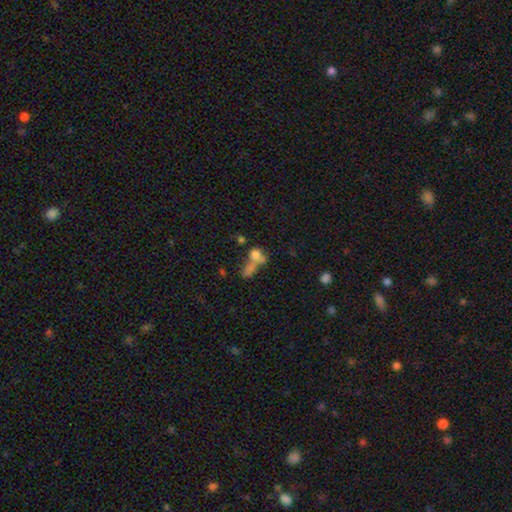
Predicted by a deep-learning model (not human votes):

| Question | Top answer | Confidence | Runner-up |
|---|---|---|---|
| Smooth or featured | smooth | 66% | featured or disk (20%) |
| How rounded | in between | 50% | round (44%) |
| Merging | merger | 58% | none (21%) |